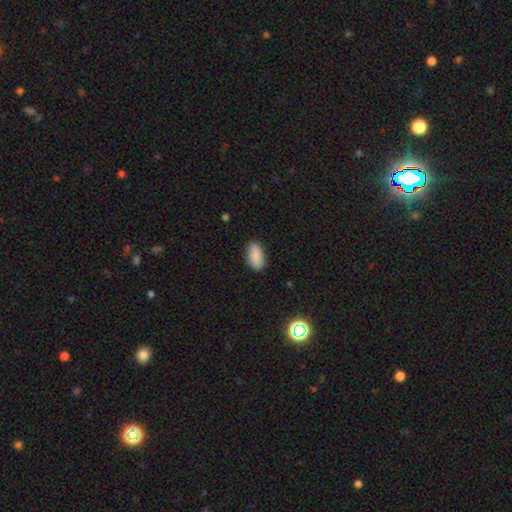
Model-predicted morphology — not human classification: Smooth or featured? smooth (86%)
How rounded? in between (91%)
Merging? none (83%)